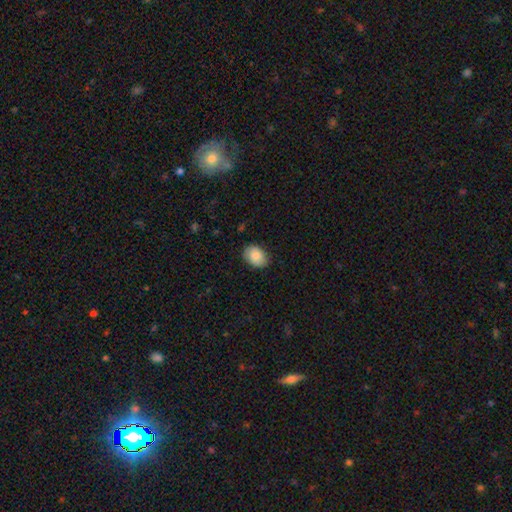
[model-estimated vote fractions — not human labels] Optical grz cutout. It shows a smooth galaxy with no disk features (84%) that is in between round and cigar-shaped (71%). Merging: none (81%).